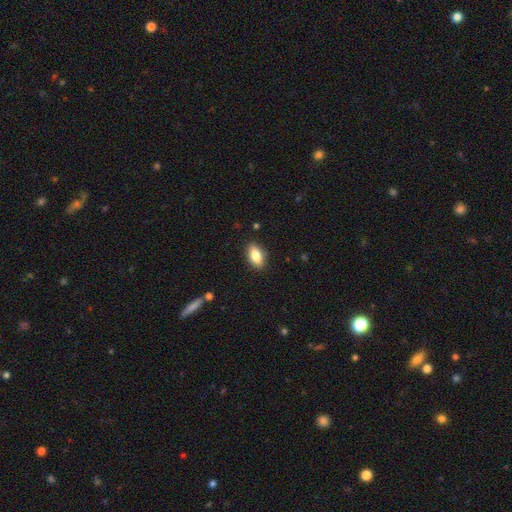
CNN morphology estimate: Smooth or featured? smooth (80%)
How rounded? in between (87%)
Merging? none (87%)